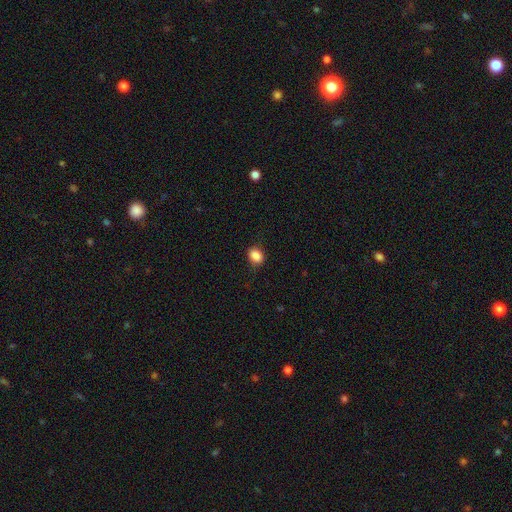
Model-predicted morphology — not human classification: This is clearly a smooth galaxy (87%). How rounded: likely in between (66%). Merging: clearly none (81%).